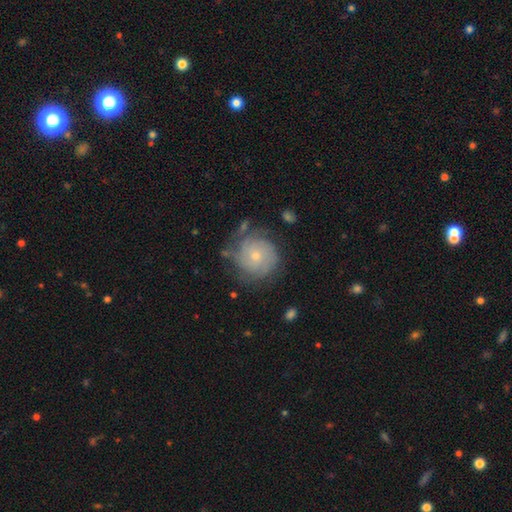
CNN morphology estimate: smooth-or-featured: featured or disk: 60% | smooth: 32% | star or artifact: 8%
  disk-edge-on: no: 98% | yes: 2%
    bar: no: 83% | weak: 14% | strong: 2%
    has-spiral-arms: yes: 83% | no: 17%
    bulge-size: small: 65% | moderate: 31% | none: 2% | large: 2% | dominant: 1%
  merging: none: 65% | minor disturbance: 21% | major disturbance: 11% | merger: 4%